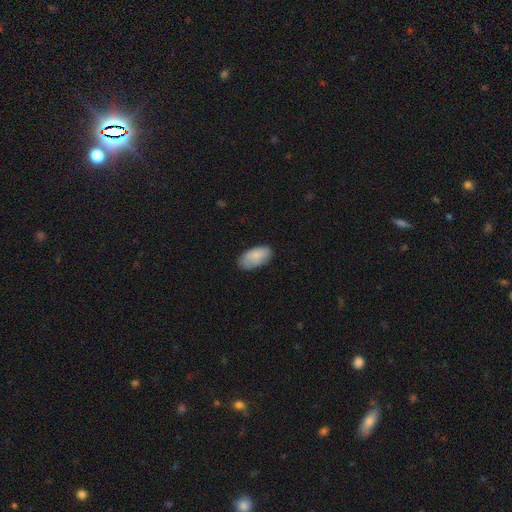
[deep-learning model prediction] A smooth galaxy with no disk features (84%) that is in between round and cigar-shaped (94%).

Vote fractions:
- Smooth or featured? smooth: 84% / featured or disk: 10% / star or artifact: 6%
- How rounded? in between: 94% / cigar-shaped: 3% / round: 3%
- Merging? none: 73% / minor disturbance: 21% / major disturbance: 4% / merger: 1%